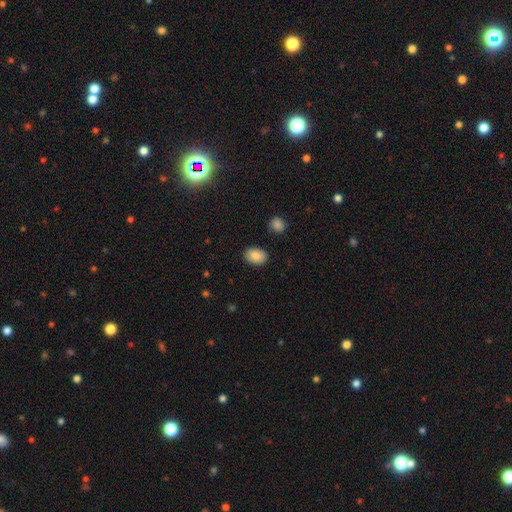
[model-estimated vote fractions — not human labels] Smooth or featured?
  - smooth: 85% *
  - featured or disk: 8%
  - star or artifact: 7%
How rounded?
  - in between: 84% *
  - round: 15%
  - cigar-shaped: 1%
Merging?
  - none: 88% *
  - minor disturbance: 9%
  - major disturbance: 2%
  - merger: 2%